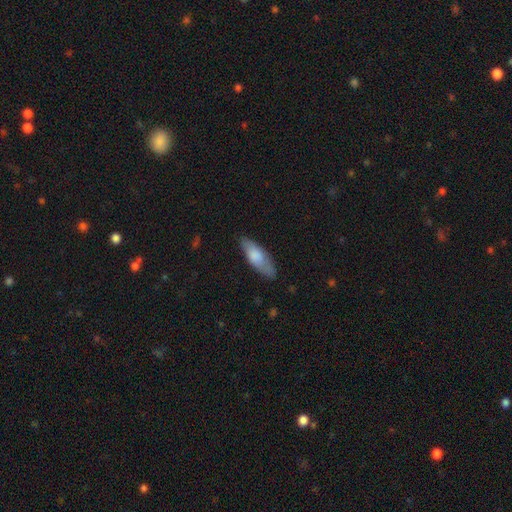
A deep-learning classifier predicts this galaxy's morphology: Smooth or featured?
  - smooth: 75% *
  - featured or disk: 19%
  - star or artifact: 6%
How rounded?
  - in between: 60% *
  - cigar-shaped: 38%
  - round: 2%
Merging?
  - none: 77% *
  - minor disturbance: 18%
  - major disturbance: 4%
  - merger: 1%